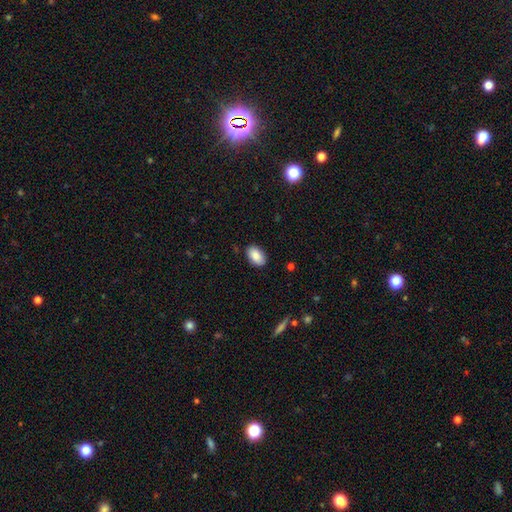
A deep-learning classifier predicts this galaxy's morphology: Overall: smooth (87%). How rounded: in between (92%). Merging: none (87%).